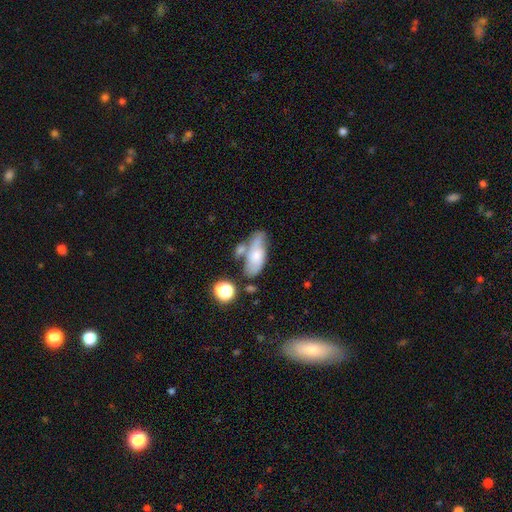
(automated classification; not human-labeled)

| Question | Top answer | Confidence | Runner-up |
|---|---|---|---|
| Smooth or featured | smooth | 58% | featured or disk (33%) |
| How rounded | in between | 82% | cigar-shaped (14%) |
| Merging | none | 37% | merger (29%) |